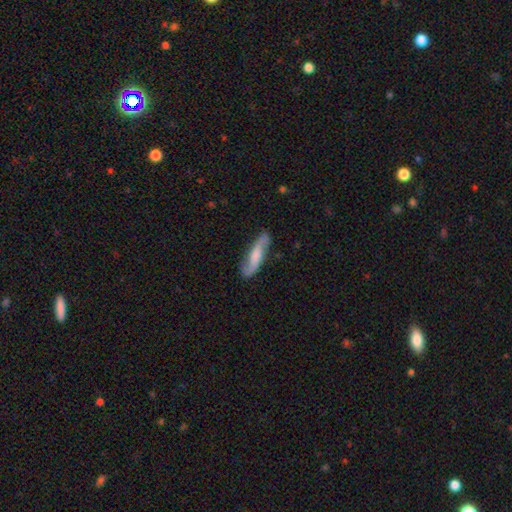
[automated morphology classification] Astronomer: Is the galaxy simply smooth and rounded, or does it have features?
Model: featured or disk — 64%.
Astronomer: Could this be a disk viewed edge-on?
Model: no — 81%.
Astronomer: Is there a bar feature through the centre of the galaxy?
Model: no — 46% (runner-up: weak, 37%).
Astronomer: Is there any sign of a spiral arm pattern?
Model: yes — 93%.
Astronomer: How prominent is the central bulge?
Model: moderate — 35% (runner-up: small, 30%).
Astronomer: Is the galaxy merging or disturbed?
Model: none — 80%.